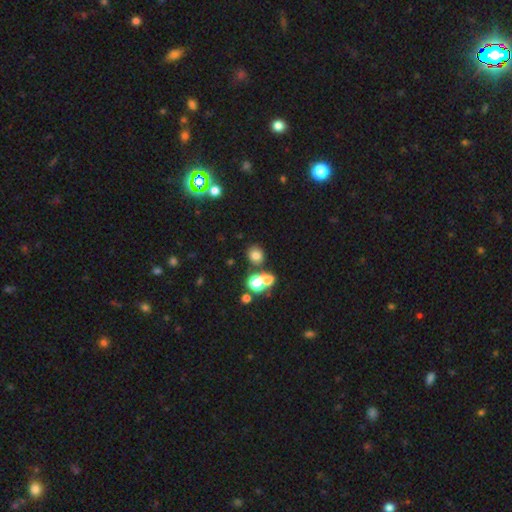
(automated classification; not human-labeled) Smooth or featured: smooth — 73% (star or artifact — 19%)
How rounded: round — 78% (in between — 21%)
Merging: none — 70% (merger — 18%)